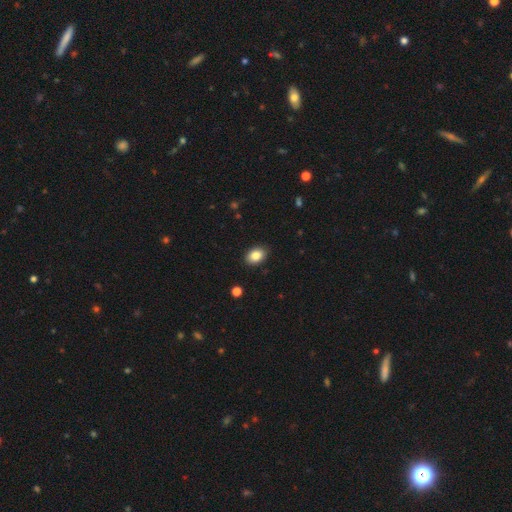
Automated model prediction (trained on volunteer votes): smooth-or-featured: smooth: 86% | star or artifact: 8% | featured or disk: 6%
  how-rounded: in between: 79% | round: 20% | cigar-shaped: 1%
  merging: none: 89% | minor disturbance: 8% | major disturbance: 2% | merger: 1%